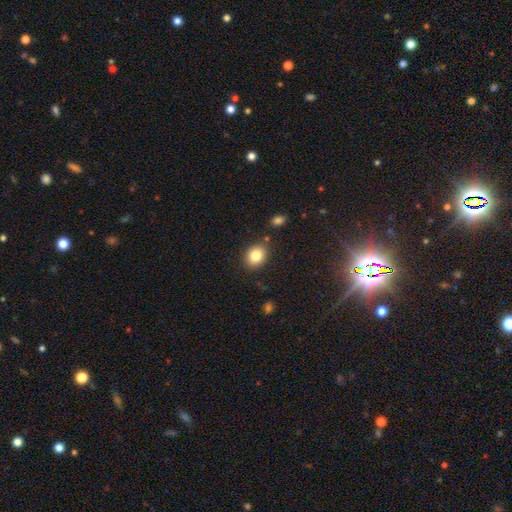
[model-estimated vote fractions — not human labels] Smooth or featured?
  - smooth: 83% *
  - star or artifact: 9%
  - featured or disk: 8%
How rounded?
  - in between: 50% *
  - round: 49%
  - cigar-shaped: 1%
Merging?
  - none: 82% *
  - minor disturbance: 11%
  - merger: 4%
  - major disturbance: 3%